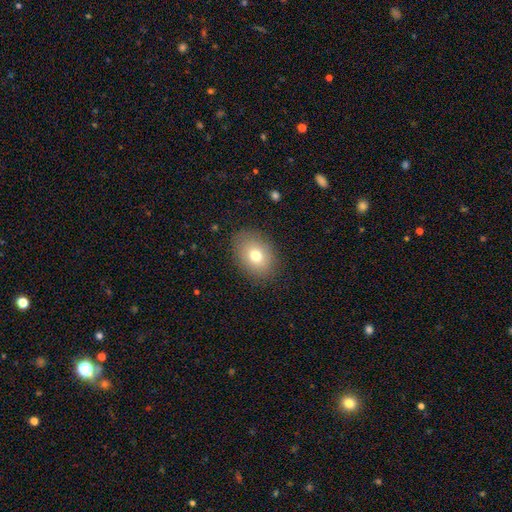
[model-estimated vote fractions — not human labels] Q: Smooth or featured?
A: smooth (75%); runner-up: featured or disk (14%)
Q: How rounded?
A: in between (69%); runner-up: round (30%)
Q: Merging?
A: none (86%); runner-up: minor disturbance (10%)